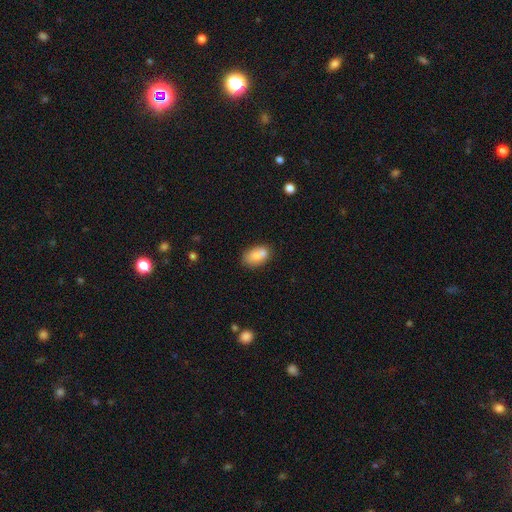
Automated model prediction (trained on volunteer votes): smooth_or_featured: smooth (p=0.75) [alt: featured or disk p=0.17]
how_rounded: in between (p=0.86) [alt: round p=0.12]
merging: none (p=0.50) [alt: merger p=0.30]